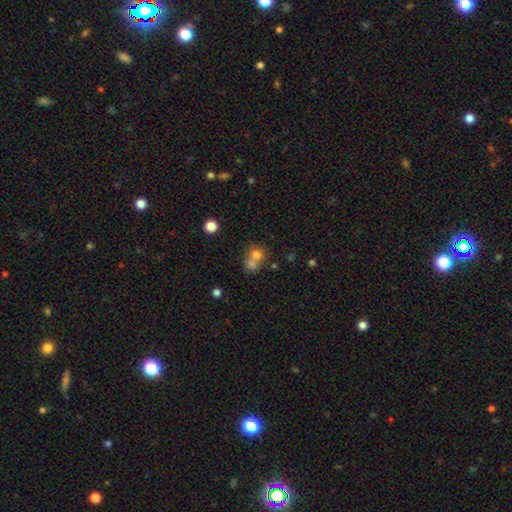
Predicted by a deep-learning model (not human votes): smooth 67%, star or artifact 17%, featured or disk 16%. Down the decision tree: how rounded — round (78%); merging — merger (59%).